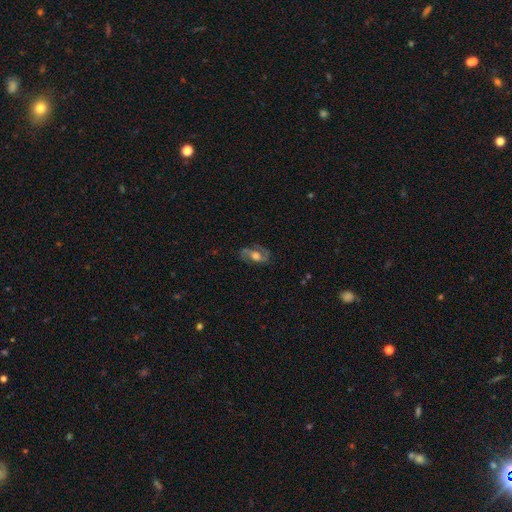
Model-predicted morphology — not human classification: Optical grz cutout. It shows a featured or disk galaxy (74%) with no bar (52%), 2 (88%) medium (53%) spiral arms (88%) and a moderate central bulge (44%). Merging: none (75%).